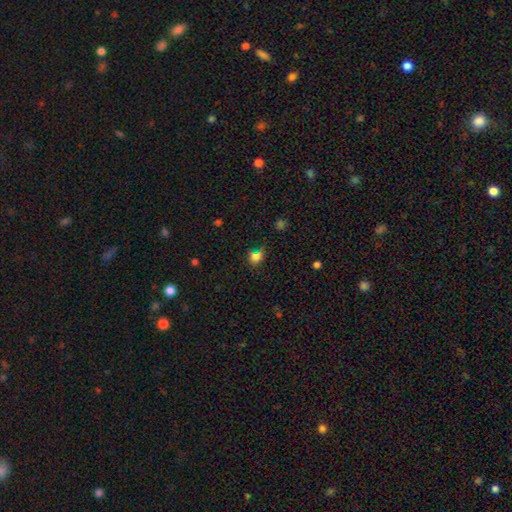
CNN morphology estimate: smooth-or-featured: smooth: 73% | star or artifact: 19% | featured or disk: 8%
  how-rounded: round: 53% | in between: 44% | cigar-shaped: 3%
  merging: none: 54% | minor disturbance: 21% | merger: 16% | major disturbance: 10%